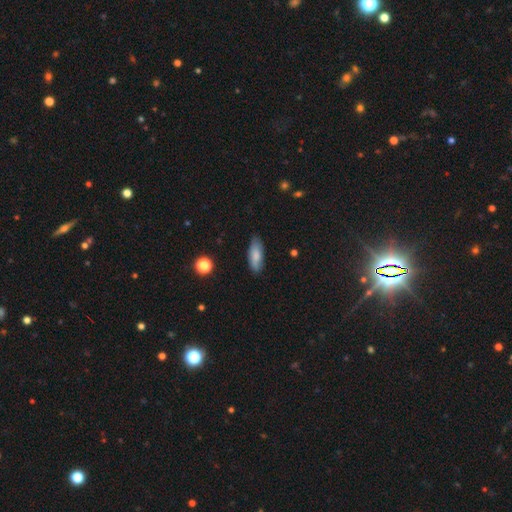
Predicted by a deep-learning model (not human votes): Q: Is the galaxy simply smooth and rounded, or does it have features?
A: smooth — 80%.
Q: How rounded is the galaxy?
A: in between — 72%.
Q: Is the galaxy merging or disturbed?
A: none — 81%.